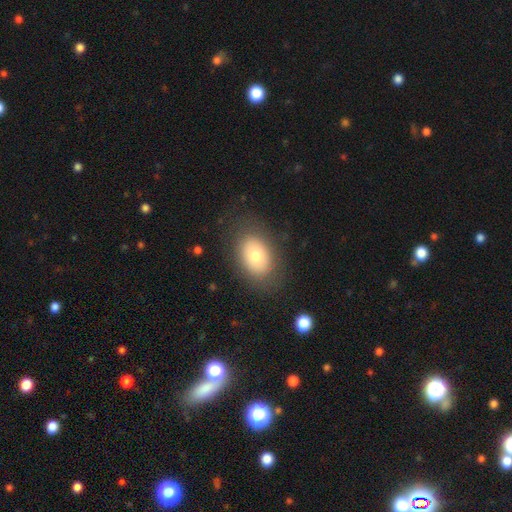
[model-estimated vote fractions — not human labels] A smooth galaxy with no disk features (73%) that is in between round and cigar-shaped (82%).

Vote fractions:
- Smooth or featured? smooth: 73% / featured or disk: 19% / star or artifact: 9%
- How rounded? in between: 82% / round: 17% / cigar-shaped: 1%
- Merging? none: 81% / minor disturbance: 12% / major disturbance: 5% / merger: 1%